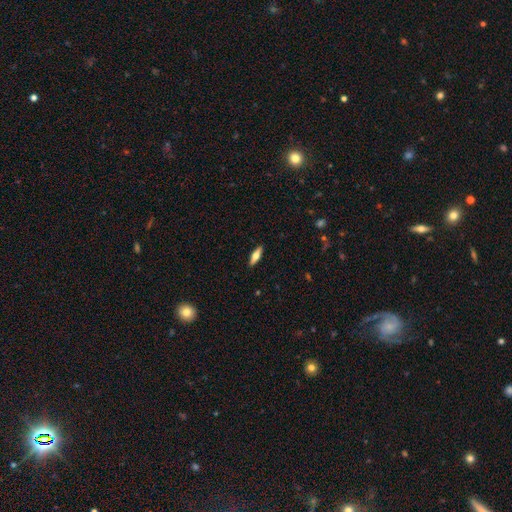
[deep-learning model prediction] smooth-or-featured: smooth: 54% | featured or disk: 40% | star or artifact: 6%
  how-rounded: cigar-shaped: 52% | in between: 46% | round: 3%
  merging: none: 90% | minor disturbance: 7% | major disturbance: 2% | merger: 1%